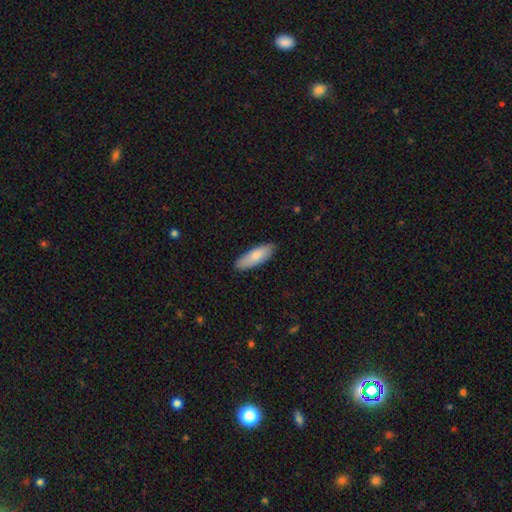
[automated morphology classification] smooth-or-featured: smooth: 83% | featured or disk: 12% | star or artifact: 5%
  how-rounded: in between: 59% | cigar-shaped: 39% | round: 2%
  merging: none: 86% | minor disturbance: 11% | major disturbance: 2% | merger: 1%